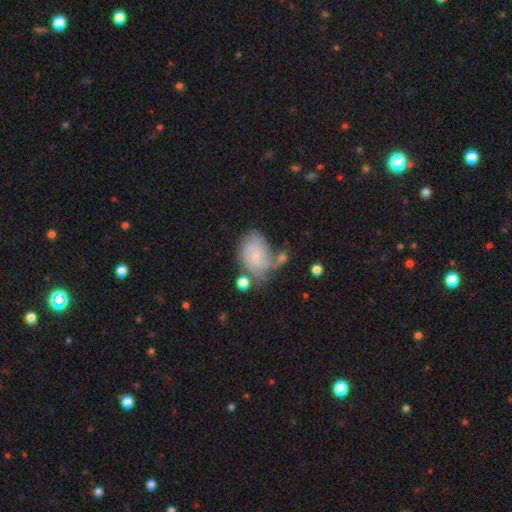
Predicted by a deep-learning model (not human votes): Smooth or featured? featured or disk (61%)
Edge-on disk? no (97%)
Bar? no (55%)
Spiral arms? yes (81%)
Bulge size? small (71%)
Merging? none (37%)